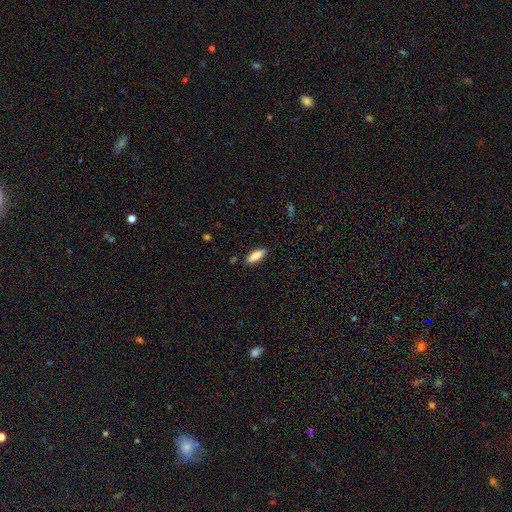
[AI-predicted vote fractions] This is clearly a smooth galaxy (87%). How rounded: likely in between (70%). Merging: clearly none (87%).